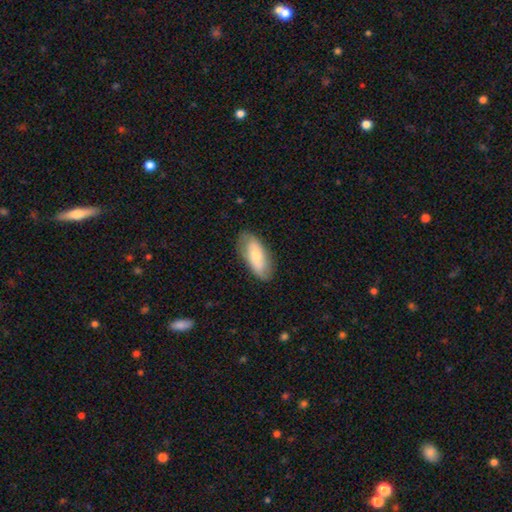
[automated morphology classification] Smooth or featured? Predicted: smooth (p=0.57). How rounded? Predicted: in between (p=0.86). Merging? Predicted: none (p=0.79).